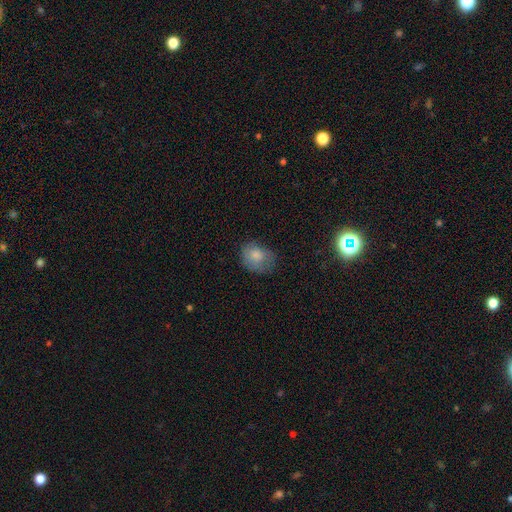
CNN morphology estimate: A smooth galaxy with no disk features (79%) that is in between round and cigar-shaped (50%).

Vote fractions:
- Smooth or featured? smooth: 79% / featured or disk: 13% / star or artifact: 9%
- How rounded? in between: 50% / round: 49% / cigar-shaped: 1%
- Merging? none: 53% / minor disturbance: 32% / major disturbance: 14% / merger: 1%